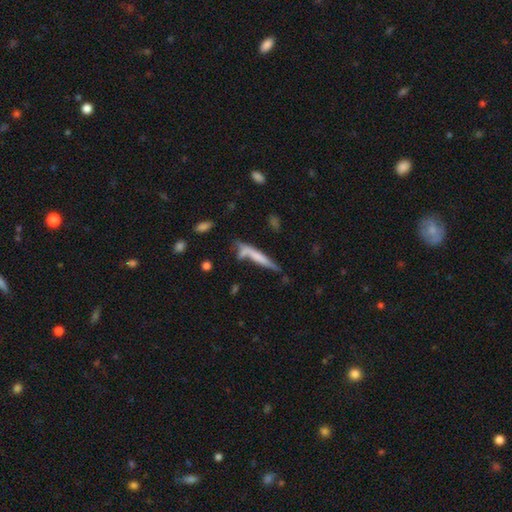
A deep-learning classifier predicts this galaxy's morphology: Smooth or featured? Predicted: smooth (p=0.56). How rounded? Predicted: cigar-shaped (p=0.91). Merging? Predicted: none (p=0.51).